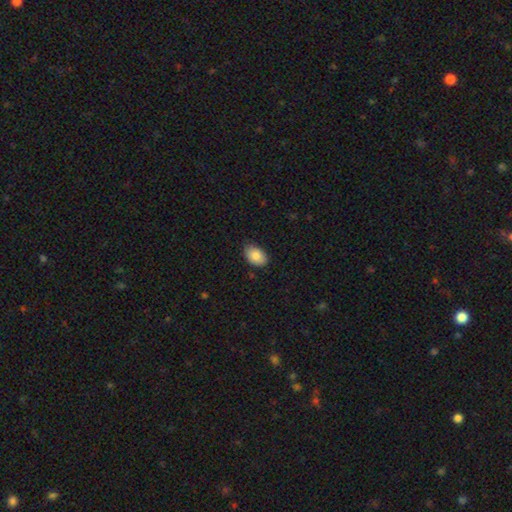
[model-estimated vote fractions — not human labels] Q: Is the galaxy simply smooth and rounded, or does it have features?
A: smooth — 88%.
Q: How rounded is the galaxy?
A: in between — 88%.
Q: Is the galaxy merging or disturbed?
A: none — 81%.